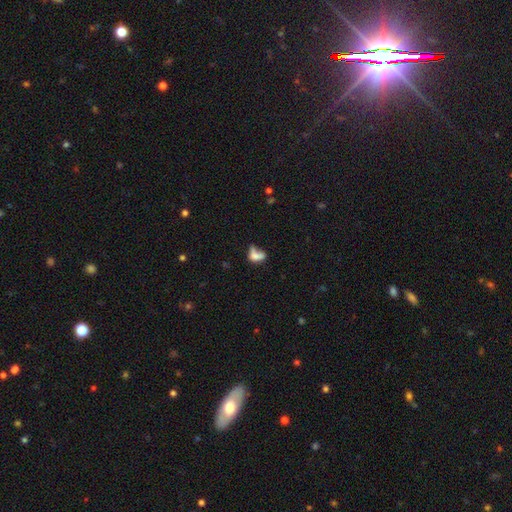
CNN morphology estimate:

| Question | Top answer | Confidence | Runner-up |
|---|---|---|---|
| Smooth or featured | smooth | 65% | featured or disk (23%) |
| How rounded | in between | 76% | round (18%) |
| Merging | merger | 37% | none (23%) |